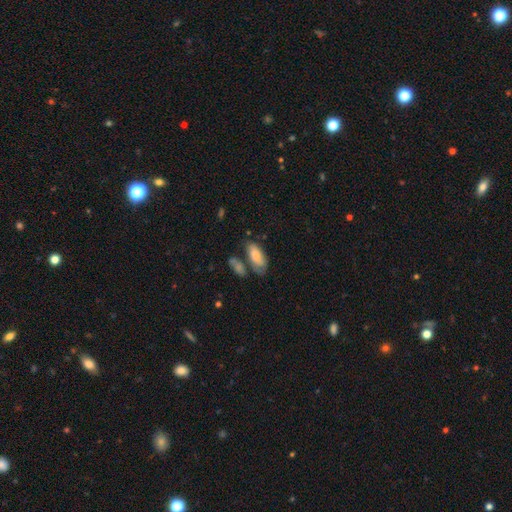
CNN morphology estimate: smooth-or-featured: smooth: 81% | featured or disk: 12% | star or artifact: 6%
  how-rounded: in between: 86% | cigar-shaped: 12% | round: 2%
  merging: none: 49% | minor disturbance: 22% | merger: 20% | major disturbance: 9%